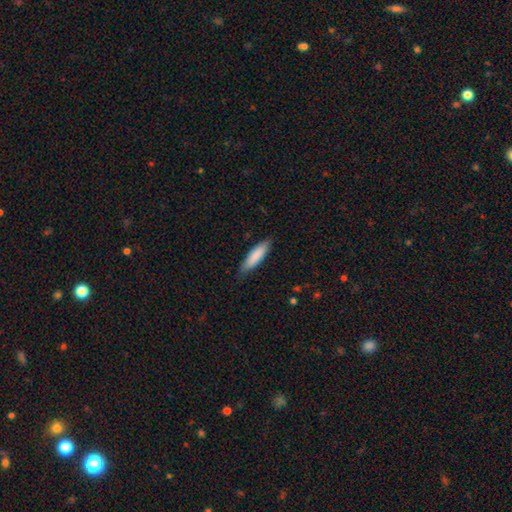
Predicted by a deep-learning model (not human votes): The model was most divided on "how rounded": cigar-shaped: 68%, in between: 31%, round: 1%. More confident: smooth or featured — smooth (85%); merging — none (82%).